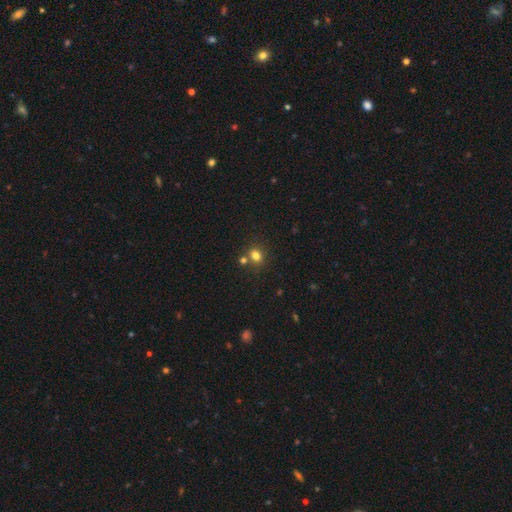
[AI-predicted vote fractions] smooth-or-featured: smooth: 78% | star or artifact: 15% | featured or disk: 7%
  how-rounded: round: 60% | in between: 39% | cigar-shaped: 1%
  merging: none: 67% | merger: 19% | minor disturbance: 10% | major disturbance: 3%